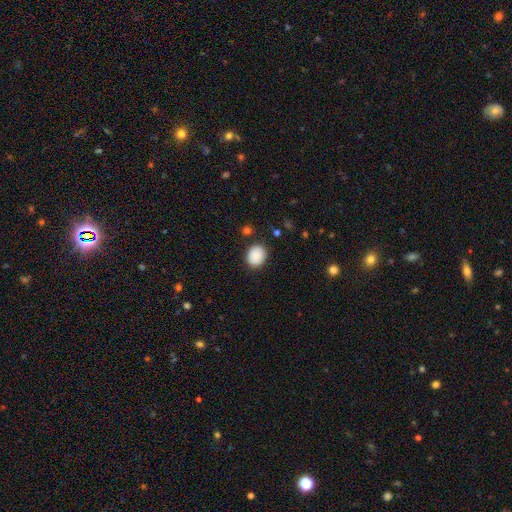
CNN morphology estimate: type=smooth (89%); roundness=round (60%); merging=none (86%).